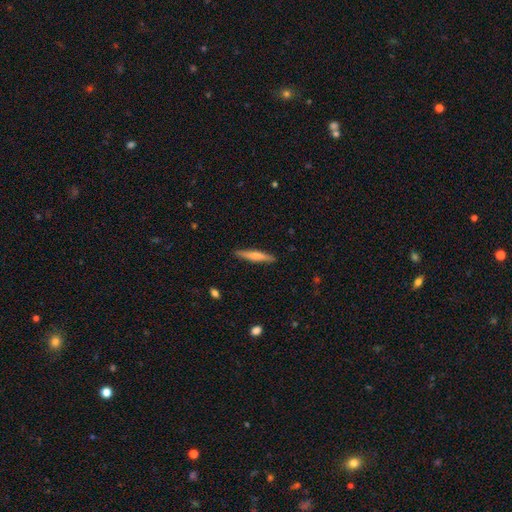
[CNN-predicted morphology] smooth_or_featured: smooth (p=0.60) [alt: featured or disk p=0.35]
how_rounded: cigar-shaped (p=0.93) [alt: in between p=0.06]
merging: none (p=0.90) [alt: minor disturbance p=0.08]